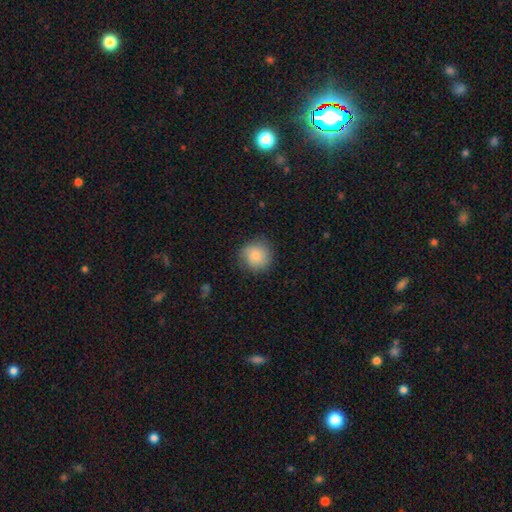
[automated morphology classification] smooth 81%, featured or disk 12%, star or artifact 8%. Down the decision tree: how rounded — round (92%); merging — none (79%).